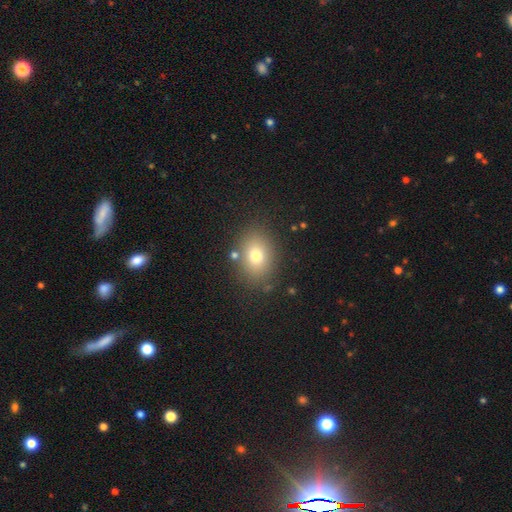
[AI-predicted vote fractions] Q: Smooth or featured?
A: smooth (76%); runner-up: featured or disk (12%)
Q: How rounded?
A: in between (66%); runner-up: round (33%)
Q: Merging?
A: none (82%); runner-up: minor disturbance (10%)